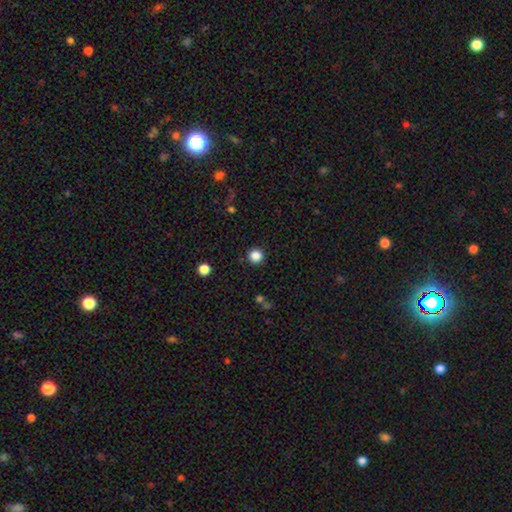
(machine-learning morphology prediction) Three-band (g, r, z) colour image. It shows a smooth galaxy with no disk features (85%) that is round (95%). Merging: none (92%).